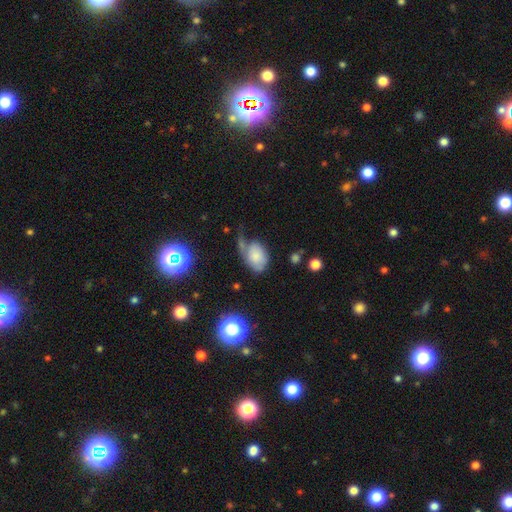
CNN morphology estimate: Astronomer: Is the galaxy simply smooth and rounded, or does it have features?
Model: smooth — 67%.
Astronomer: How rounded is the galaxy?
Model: in between — 80%.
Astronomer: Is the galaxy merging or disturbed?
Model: major disturbance — 33% (runner-up: none, 29%).